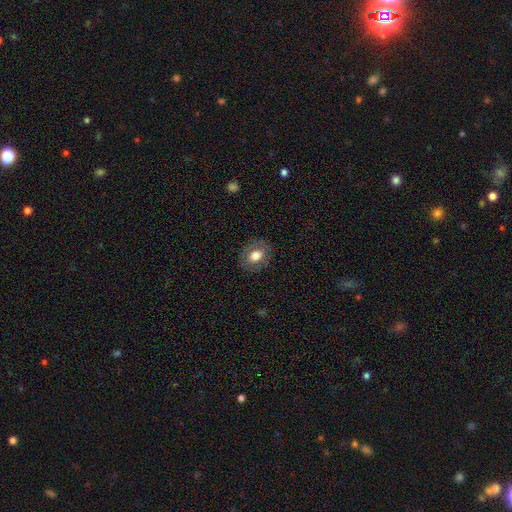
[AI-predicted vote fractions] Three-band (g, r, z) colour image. It shows a smooth galaxy with no disk features (69%) that is in between round and cigar-shaped (54%). Merging: none (85%).